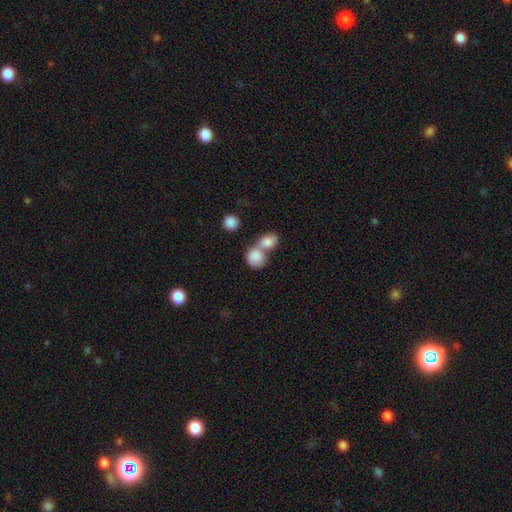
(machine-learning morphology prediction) A smooth galaxy with no disk features (84%) that is round (70%). Merging: merger (67%).